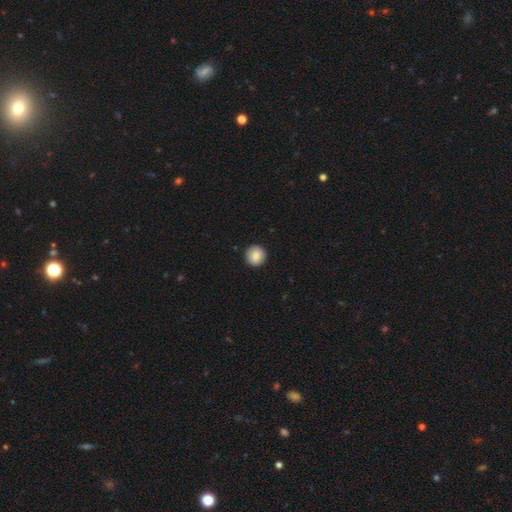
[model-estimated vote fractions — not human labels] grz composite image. It shows a smooth galaxy with no disk features (83%) that is round (95%). Merging: none (92%).